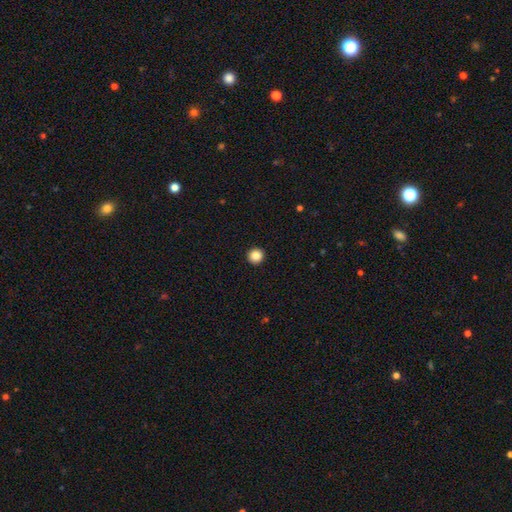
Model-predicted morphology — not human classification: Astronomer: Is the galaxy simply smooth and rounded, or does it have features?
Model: smooth — 87%.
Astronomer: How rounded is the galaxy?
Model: round — 95%.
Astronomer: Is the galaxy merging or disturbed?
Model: none — 94%.